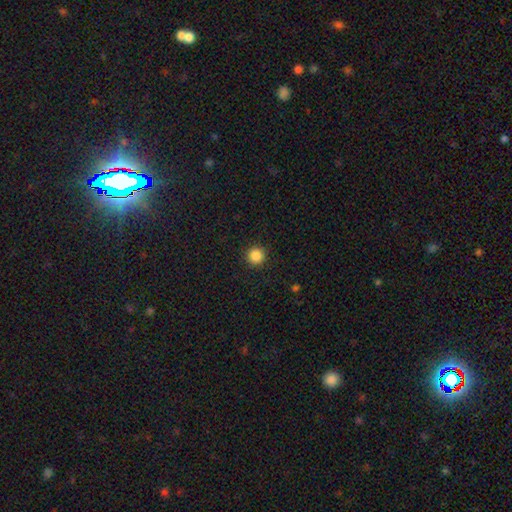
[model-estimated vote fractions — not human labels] The model was most divided on "smooth or featured": smooth: 86%, star or artifact: 11%, featured or disk: 3%. More confident: how rounded — round (96%); merging — none (92%).